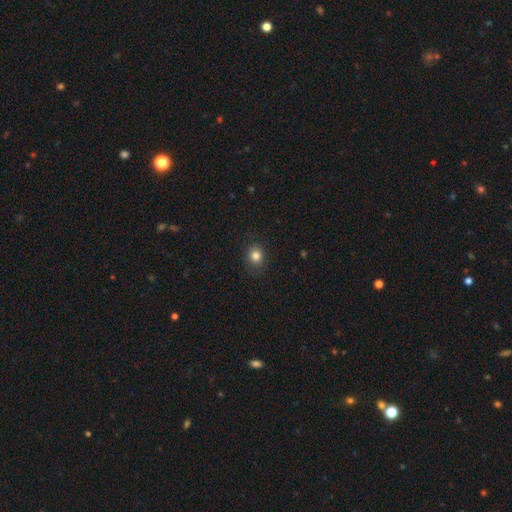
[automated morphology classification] smooth_or_featured: smooth (p=0.82) [alt: star or artifact p=0.12]
how_rounded: round (p=0.74) [alt: in between p=0.25]
merging: none (p=0.87) [alt: minor disturbance p=0.09]